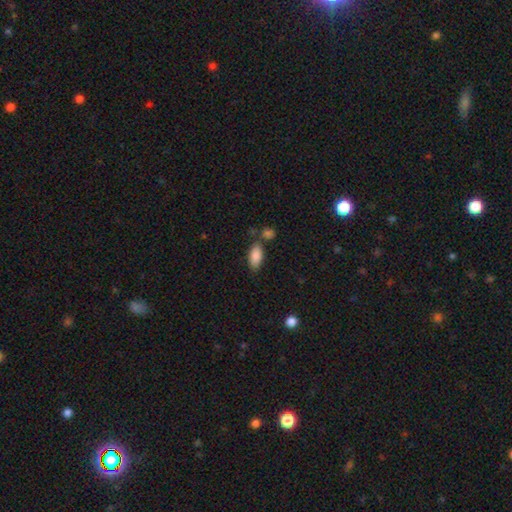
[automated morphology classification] Smooth or featured? smooth (87%)
How rounded? in between (90%)
Merging? none (69%)